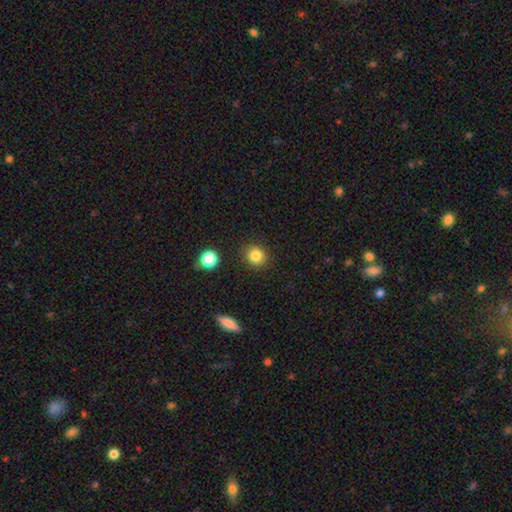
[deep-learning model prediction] This appears to be a smooth galaxy with no disk features (84%) that is round (90%). Merging: none (90%).